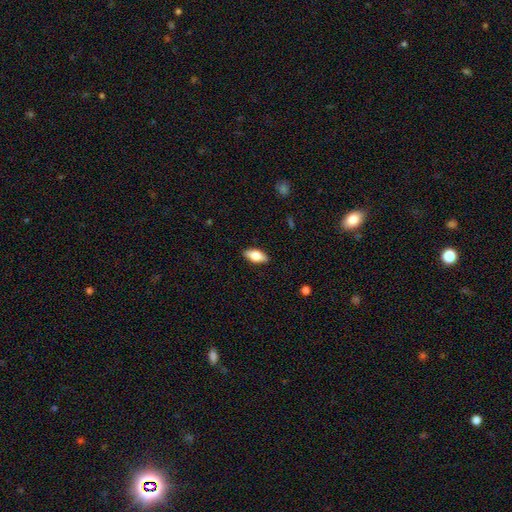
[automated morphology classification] smooth 71%, featured or disk 22%, star or artifact 7%. Down the decision tree: how rounded — in between (83%); merging — none (88%).